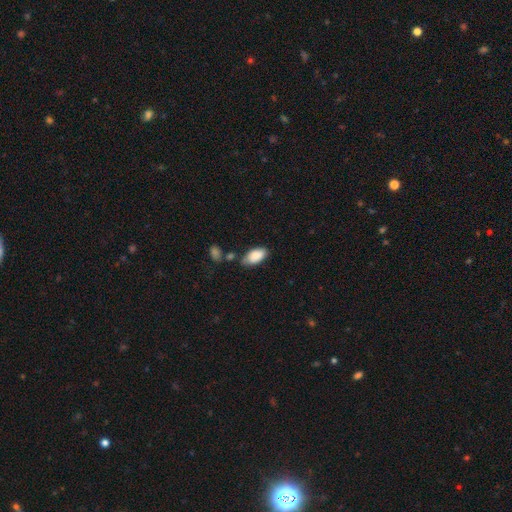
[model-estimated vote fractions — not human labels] Morphology: type=smooth (85%); roundness=in between (94%); merging=none (63%).